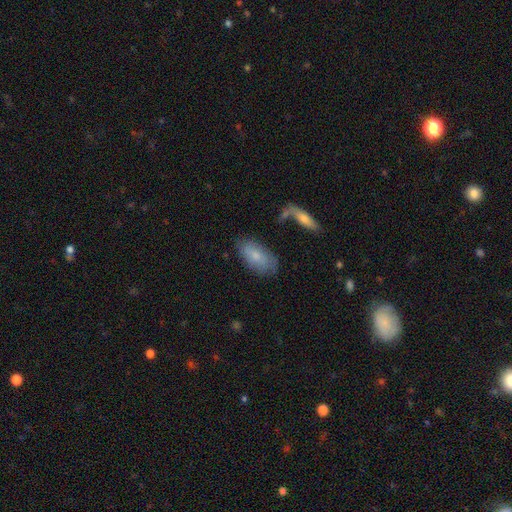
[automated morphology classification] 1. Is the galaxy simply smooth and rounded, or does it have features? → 75% smooth, 19% featured or disk, 6% star or artifact.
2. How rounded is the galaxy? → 91% in between, 6% cigar-shaped, 3% round.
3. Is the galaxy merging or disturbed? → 70% none, 19% minor disturbance, 6% major disturbance, 5% merger.